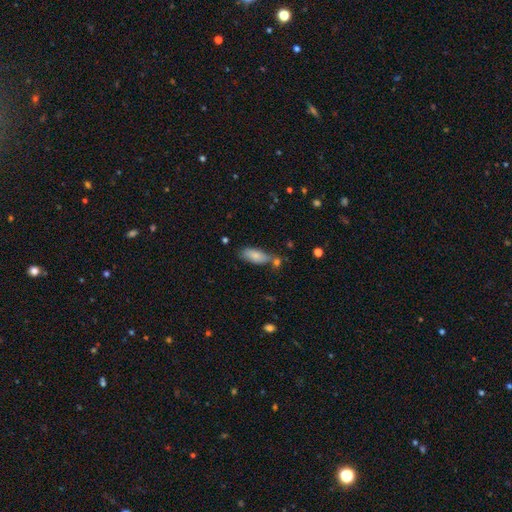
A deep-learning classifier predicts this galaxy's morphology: Smooth or featured? smooth (81%)
How rounded? in between (81%)
Merging? none (57%)